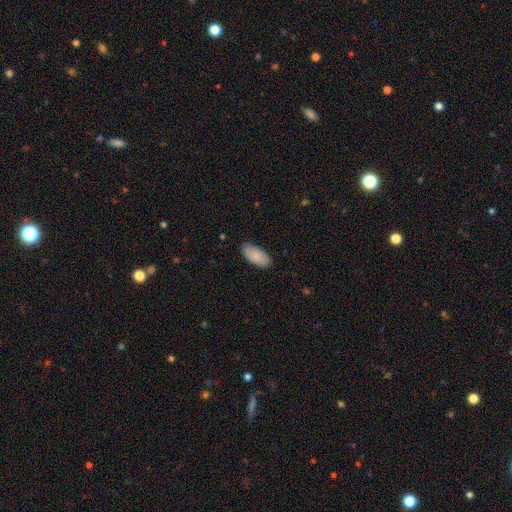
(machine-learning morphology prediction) type=smooth (88%); roundness=in between (93%); merging=none (82%).